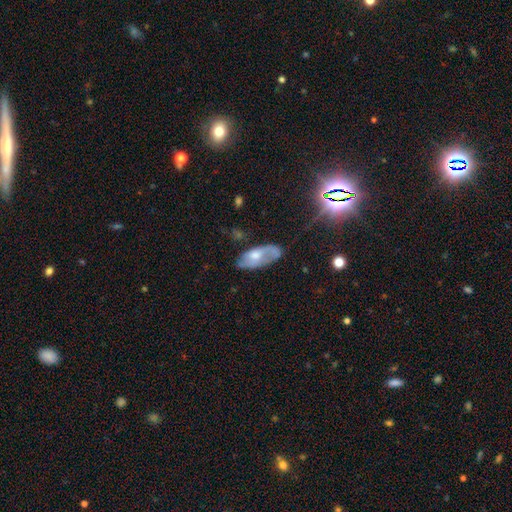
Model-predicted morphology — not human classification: This is possibly a featured or disk galaxy (46%, tied with smooth). Merging: possibly none (54%).